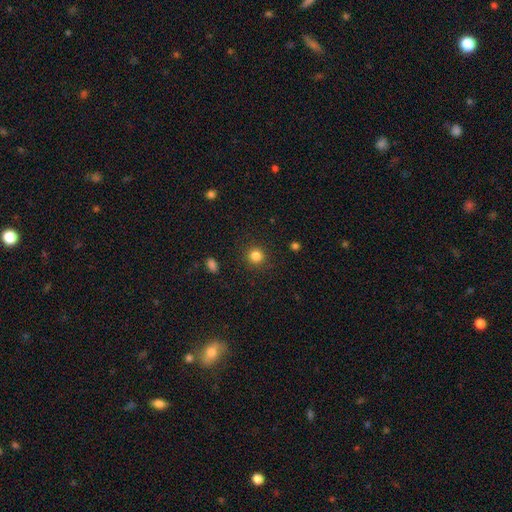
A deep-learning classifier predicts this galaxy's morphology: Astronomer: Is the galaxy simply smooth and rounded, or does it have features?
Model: smooth — 84%.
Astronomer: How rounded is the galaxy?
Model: round — 93%.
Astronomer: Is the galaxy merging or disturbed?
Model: none — 90%.